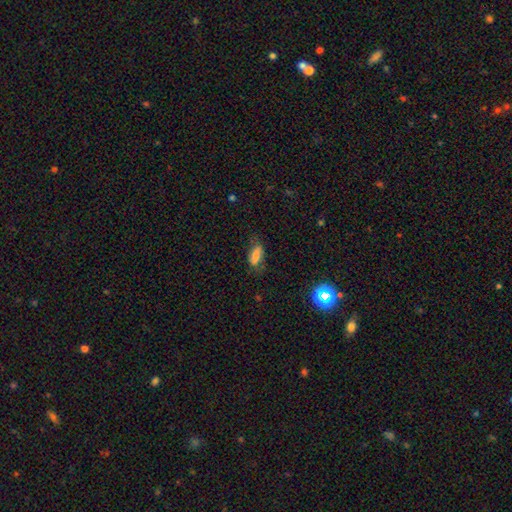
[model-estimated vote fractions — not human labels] A smooth galaxy with no disk features (68%) that is in between round and cigar-shaped (79%).

Vote fractions:
- Smooth or featured? smooth: 68% / featured or disk: 21% / star or artifact: 10%
- How rounded? in between: 79% / cigar-shaped: 17% / round: 4%
- Merging? none: 66% / minor disturbance: 23% / major disturbance: 9% / merger: 2%